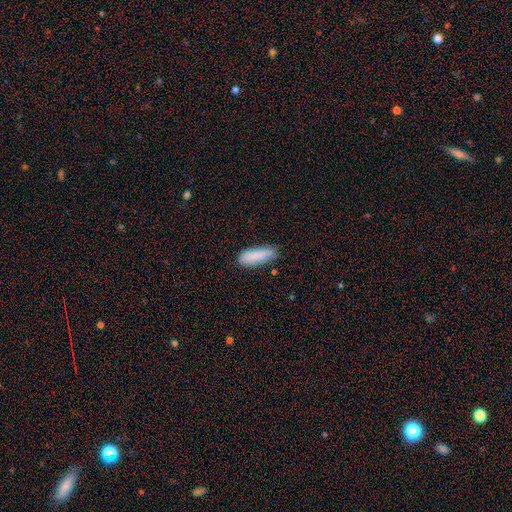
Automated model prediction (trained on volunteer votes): Morphology: type=smooth (87%); roundness=cigar-shaped (51%); merging=none (76%).